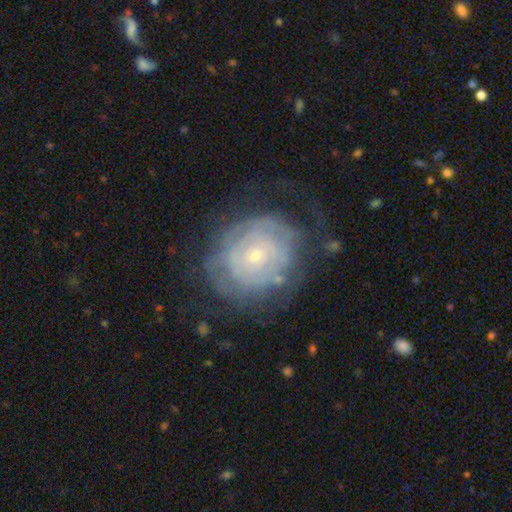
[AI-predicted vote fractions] Overall: featured or disk (70%). Edge-on disk: no (97%). Bar: no (83%). Spiral arms: yes (72%). Bulge size: small (77%). Merging: none (63%).